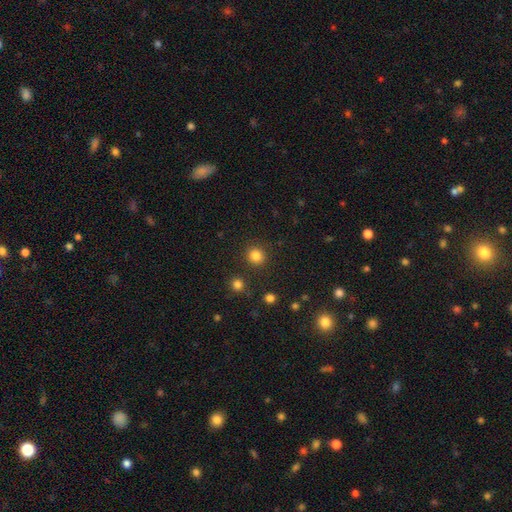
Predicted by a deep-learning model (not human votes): The model was most divided on "smooth or featured": smooth: 83%, star or artifact: 13%, featured or disk: 4%. More confident: how rounded — round (90%); merging — none (88%).